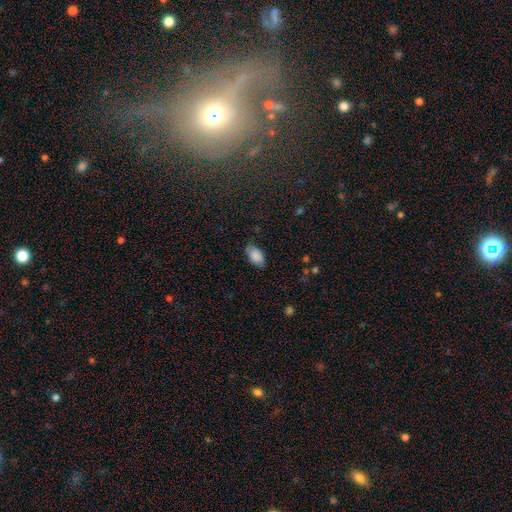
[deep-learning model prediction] smooth 84%, featured or disk 8%, star or artifact 7%. Down the decision tree: how rounded — in between (94%); merging — none (74%).